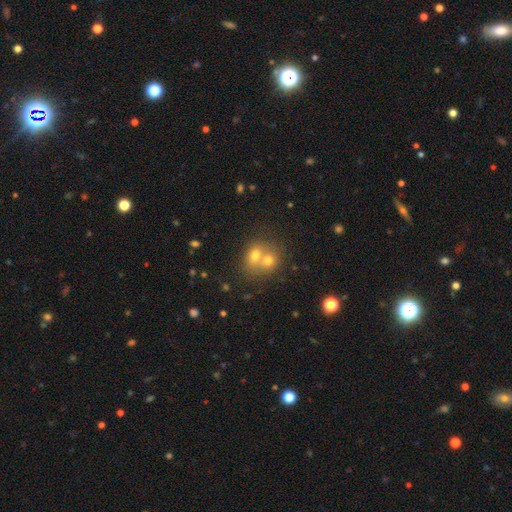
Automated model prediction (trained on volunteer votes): This appears to be a smooth galaxy with no disk features (61%) that is round (66%). Merging: merger (66%).